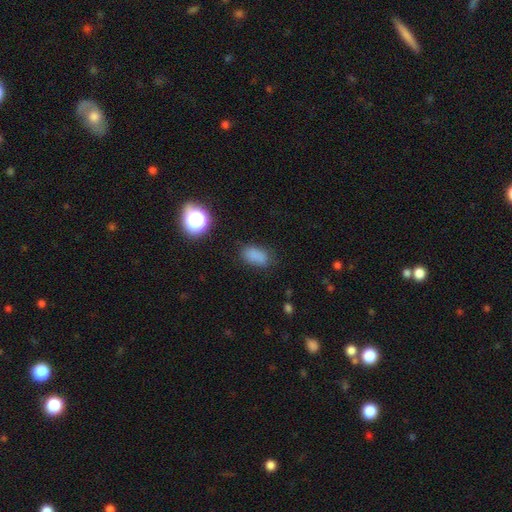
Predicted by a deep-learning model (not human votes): This appears to be a smooth galaxy with no disk features (80%) that is in between round and cigar-shaped (89%). Merging: none (71%).